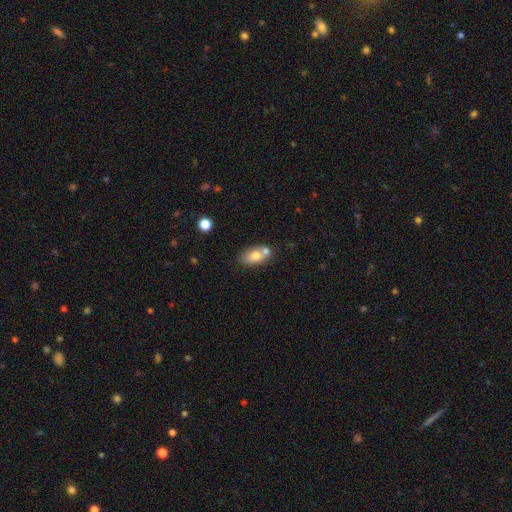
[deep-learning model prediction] Morphology: type=smooth (73%); roundness=in between (87%); merging=none (50%).